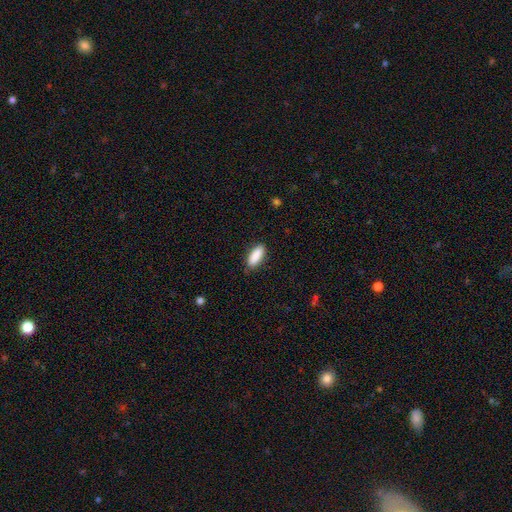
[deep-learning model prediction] Smooth or featured: smooth — 89% (star or artifact — 6%)
How rounded: in between — 79% (cigar-shaped — 19%)
Merging: none — 84% (minor disturbance — 12%)